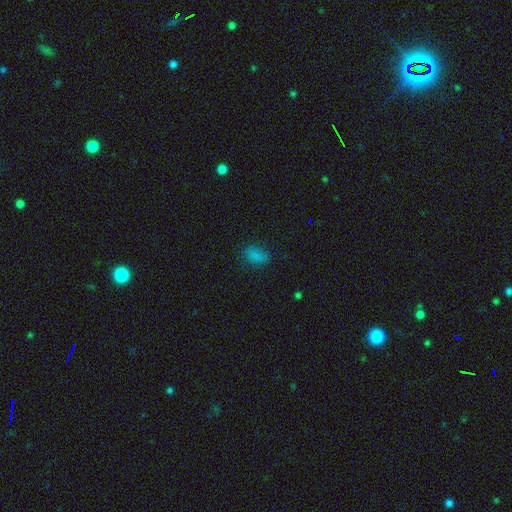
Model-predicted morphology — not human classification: Smooth or featured? Predicted: smooth (p=0.77). How rounded? Predicted: in between (p=0.86). Merging? Predicted: none (p=0.70).